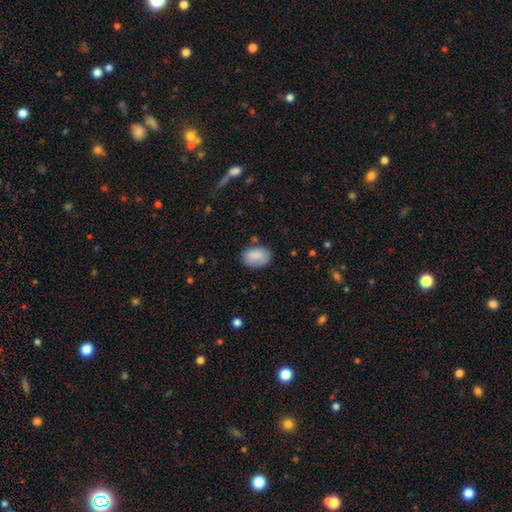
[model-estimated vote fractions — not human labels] Q: Smooth or featured?
A: smooth (85%); runner-up: featured or disk (8%)
Q: How rounded?
A: in between (83%); runner-up: round (16%)
Q: Merging?
A: none (74%); runner-up: minor disturbance (19%)